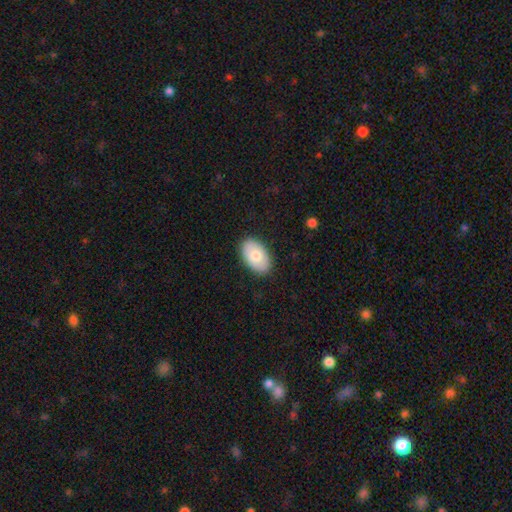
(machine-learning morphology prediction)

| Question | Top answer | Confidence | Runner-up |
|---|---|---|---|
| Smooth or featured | smooth | 74% | featured or disk (20%) |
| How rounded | in between | 94% | round (5%) |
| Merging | none | 88% | minor disturbance (9%) |